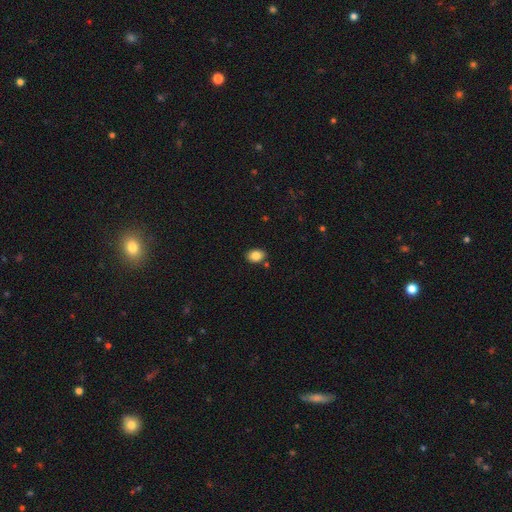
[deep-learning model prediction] A smooth galaxy with no disk features (85%) that is in between round and cigar-shaped (74%). Merging: none (84%).